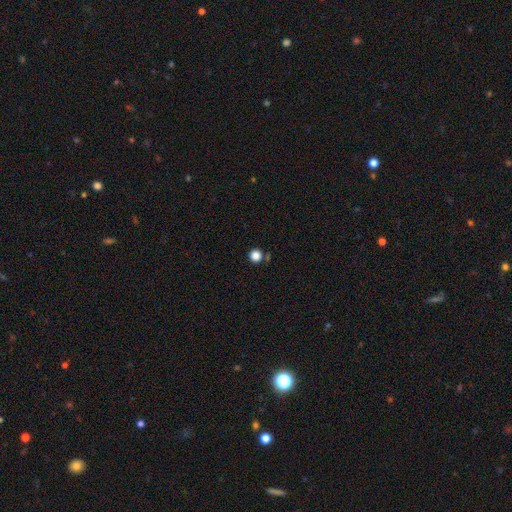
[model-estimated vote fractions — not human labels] A smooth galaxy with no disk features (84%) that is round (95%). Merging: none (83%).